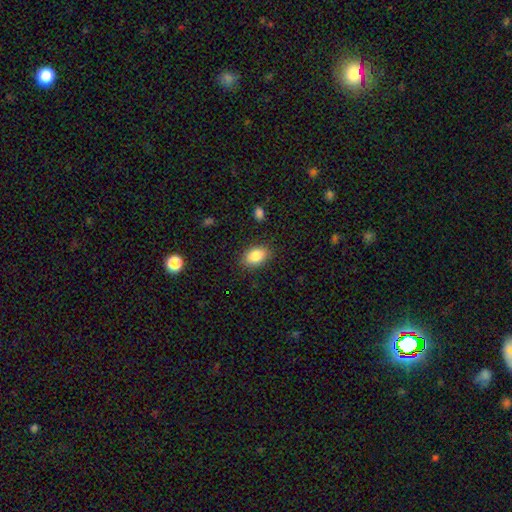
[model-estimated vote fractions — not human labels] A smooth galaxy with no disk features (86%) that is in between round and cigar-shaped (85%).

Vote fractions:
- Smooth or featured? smooth: 86% / star or artifact: 8% / featured or disk: 6%
- How rounded? in between: 85% / round: 13% / cigar-shaped: 1%
- Merging? none: 86% / minor disturbance: 10% / major disturbance: 3% / merger: 1%